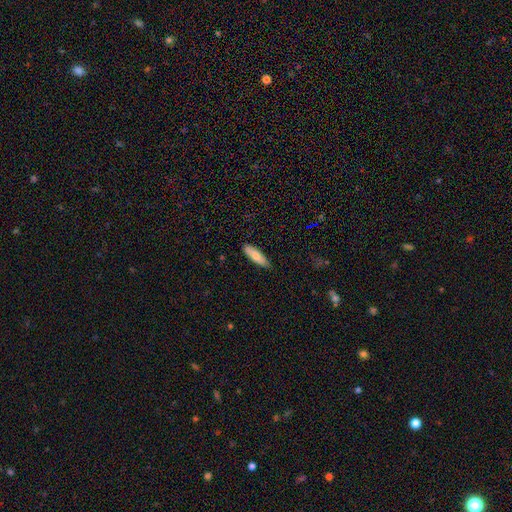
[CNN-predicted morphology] Overall: smooth (73%). How rounded: cigar-shaped (53%; in between 45%). Merging: none (87%).